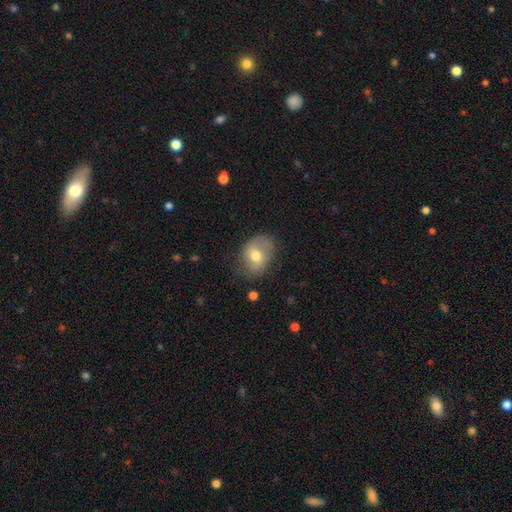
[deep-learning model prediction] Overall: smooth (58%; featured or disk 34%). How rounded: in between (65%; round 34%). Merging: none (67%).